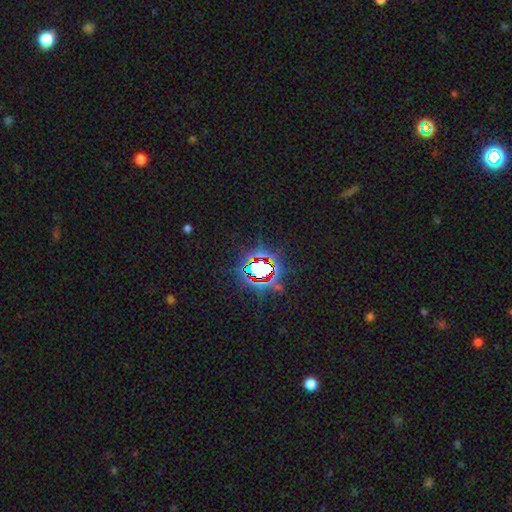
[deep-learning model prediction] Smooth or featured: star or artifact — 80% (smooth — 12%)